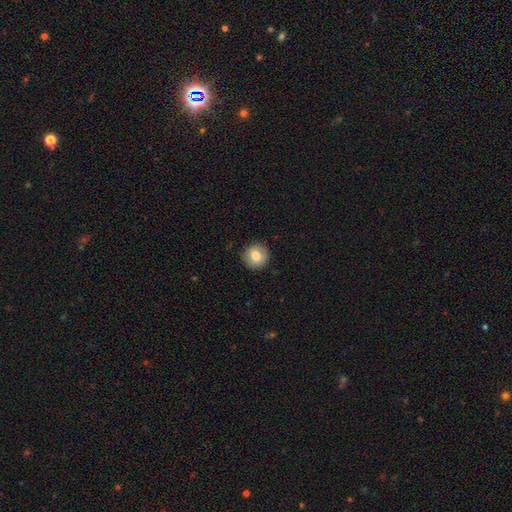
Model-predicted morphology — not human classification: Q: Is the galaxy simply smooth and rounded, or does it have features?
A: smooth — 78%.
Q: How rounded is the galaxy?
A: round — 92%.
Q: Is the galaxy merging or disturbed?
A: none — 89%.